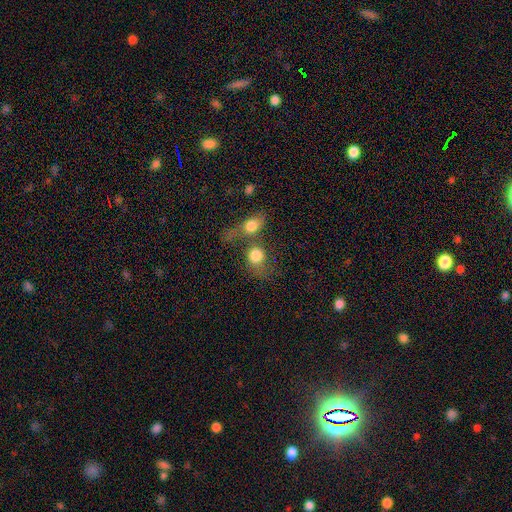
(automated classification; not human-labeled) This appears to be a smooth galaxy with no disk features (78%) that is round (65%). Merging: merger (58%).